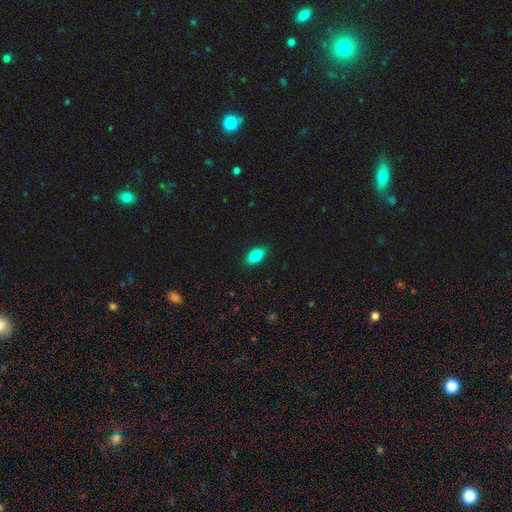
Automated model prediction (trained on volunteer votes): The model was most divided on "smooth or featured": smooth: 84%, featured or disk: 8%, star or artifact: 7%. More confident: how rounded — in between (90%); merging — none (88%).